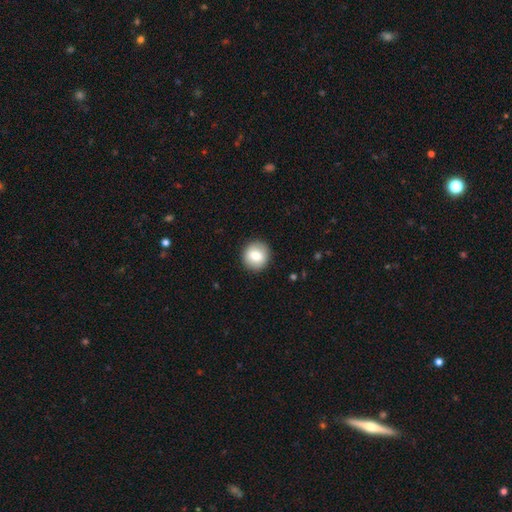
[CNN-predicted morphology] smooth-or-featured: smooth: 78% | featured or disk: 14% | star or artifact: 8%
  how-rounded: round: 91% | in between: 8% | cigar-shaped: 1%
  merging: none: 91% | minor disturbance: 6% | major disturbance: 2% | merger: 1%